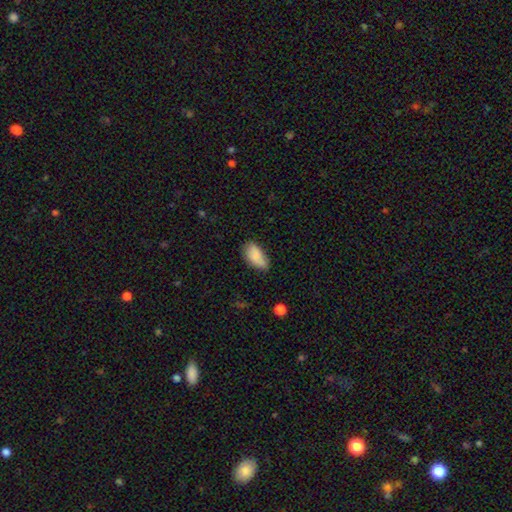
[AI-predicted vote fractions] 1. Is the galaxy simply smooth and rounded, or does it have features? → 80% smooth, 13% featured or disk, 8% star or artifact.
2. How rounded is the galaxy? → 93% in between, 4% round, 3% cigar-shaped.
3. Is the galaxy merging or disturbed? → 54% none, 34% minor disturbance, 8% major disturbance, 4% merger.